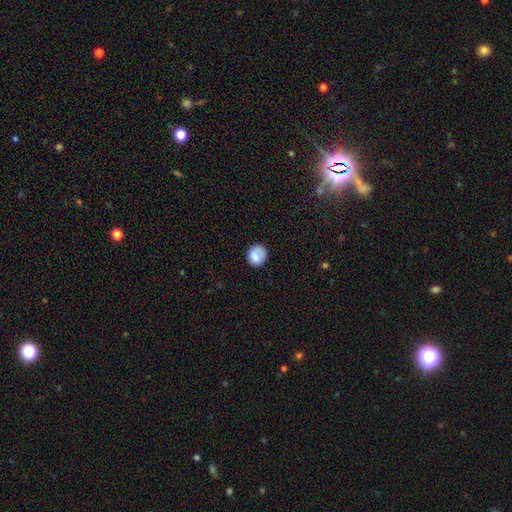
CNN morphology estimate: type=smooth (79%); roundness=round (79%); merging=none (73%).